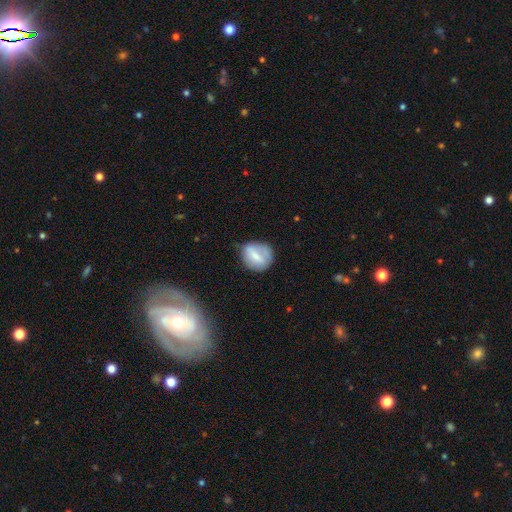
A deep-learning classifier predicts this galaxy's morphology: type=smooth (58%); roundness=round (69%); merging=none (63%).